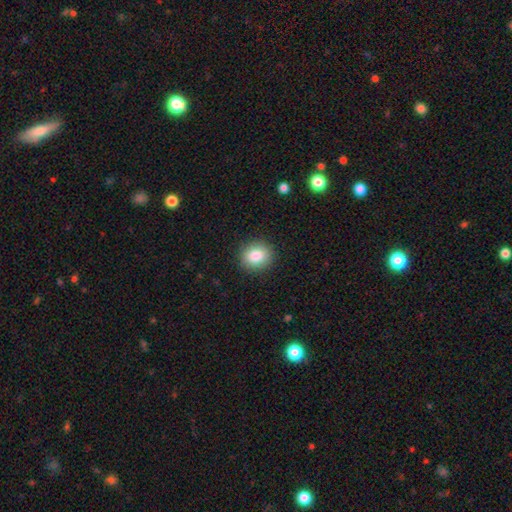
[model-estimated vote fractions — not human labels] This is clearly a smooth galaxy (85%). How rounded: likely round (74%). Merging: clearly none (90%).